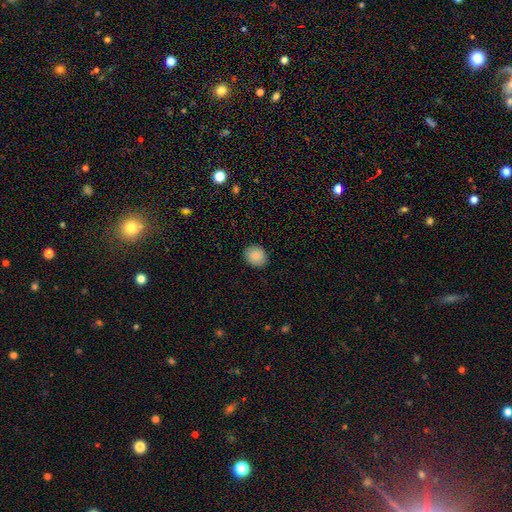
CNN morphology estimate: Smooth or featured?
  - smooth: 88% *
  - star or artifact: 8%
  - featured or disk: 5%
How rounded?
  - round: 69% *
  - in between: 30%
  - cigar-shaped: 1%
Merging?
  - none: 89% *
  - minor disturbance: 8%
  - major disturbance: 2%
  - merger: 1%